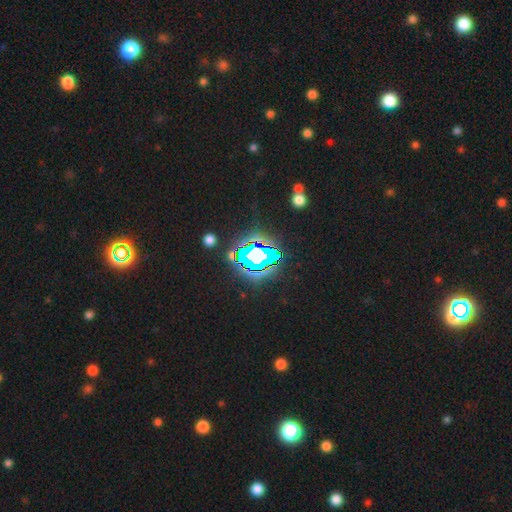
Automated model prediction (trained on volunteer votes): A star or artifact, not a galaxy (69%).